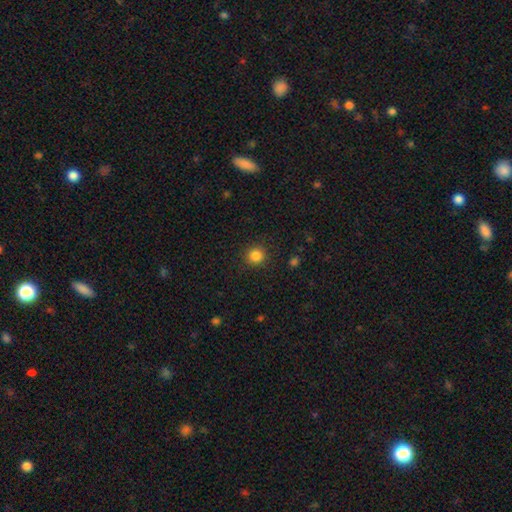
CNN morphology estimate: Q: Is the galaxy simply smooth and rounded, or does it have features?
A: smooth — 84%.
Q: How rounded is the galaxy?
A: round — 92%.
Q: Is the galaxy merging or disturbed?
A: none — 90%.